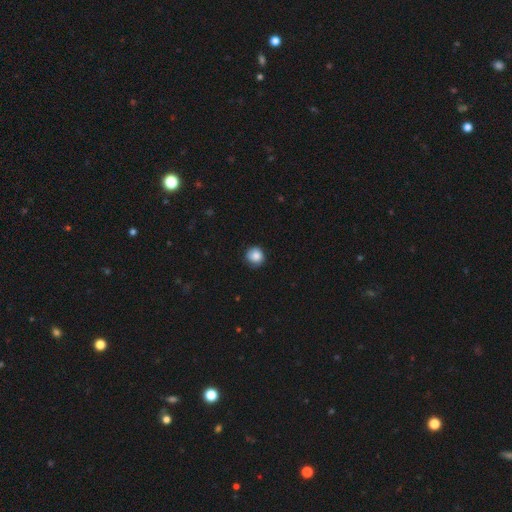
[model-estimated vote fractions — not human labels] A smooth galaxy with no disk features (84%) that is round (91%). Merging: none (79%).